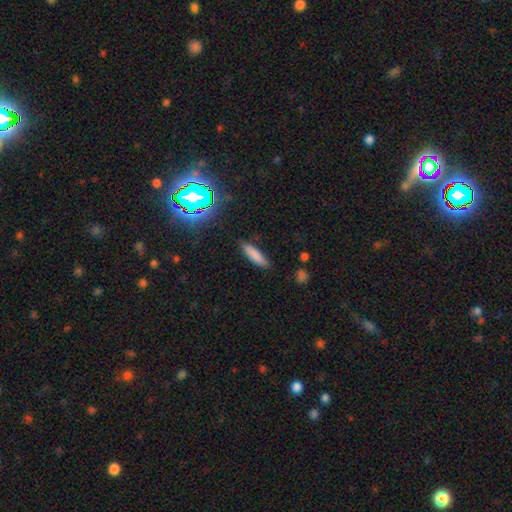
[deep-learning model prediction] Smooth or featured: smooth — 80% (star or artifact — 11%)
How rounded: cigar-shaped — 68% (in between — 30%)
Merging: none — 84% (minor disturbance — 12%)